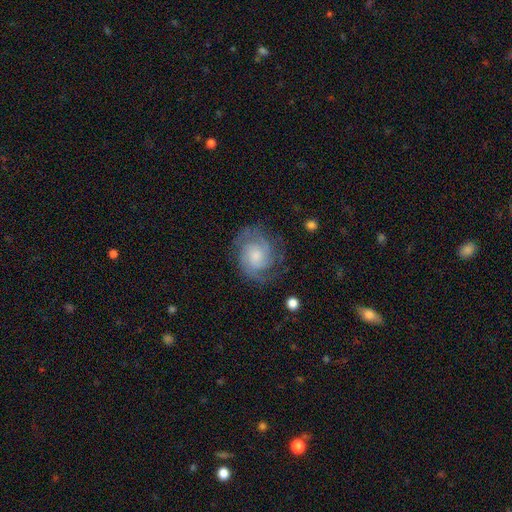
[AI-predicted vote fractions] smooth-or-featured: featured or disk: 78% | smooth: 16% | star or artifact: 6%
  disk-edge-on: no: 98% | yes: 2%
    bar: no: 67% | weak: 29% | strong: 4%
    has-spiral-arms: yes: 95% | no: 5%
      spiral-winding: tight: 50% | medium: 40% | loose: 11%
      spiral-arm-count: 2: 43% | can't tell: 22% | 3: 21% | 4: 5% | 1: 5% | more than 4: 4%
    bulge-size: small: 46% | moderate: 36% | none: 9% | large: 8% | dominant: 2%
  merging: none: 72% | minor disturbance: 17% | major disturbance: 10% | merger: 1%